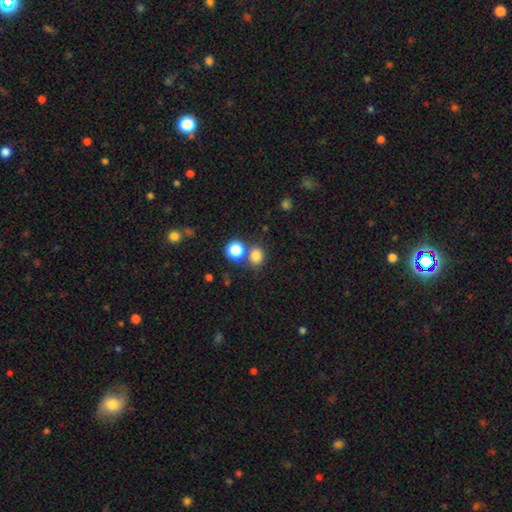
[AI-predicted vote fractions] Smooth or featured: smooth — 80% (star or artifact — 15%)
How rounded: round — 73% (in between — 26%)
Merging: none — 67% (merger — 20%)